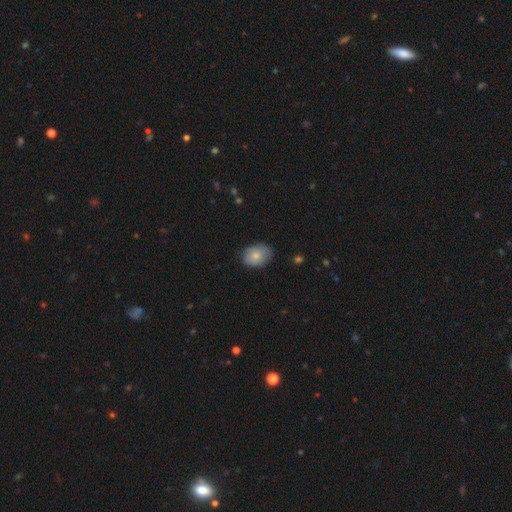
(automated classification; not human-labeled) Morphology: type=smooth (76%); roundness=in between (71%); merging=none (72%).